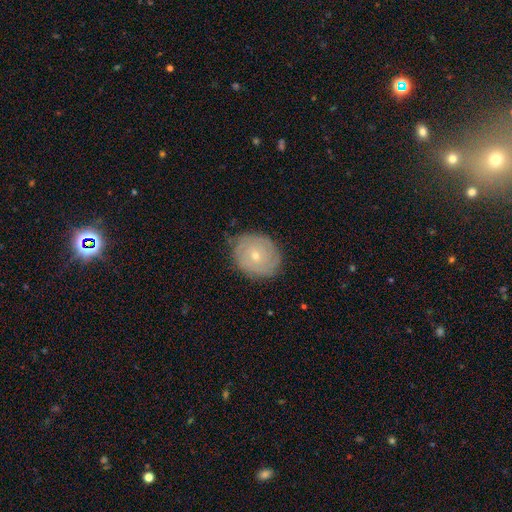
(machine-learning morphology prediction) Overall: featured or disk (54%; smooth 38%). Edge-on disk: no (96%). Bar: no (82%). Spiral arms: yes (65%; no 35%). Bulge size: small (64%; moderate 33%). Merging: none (77%).